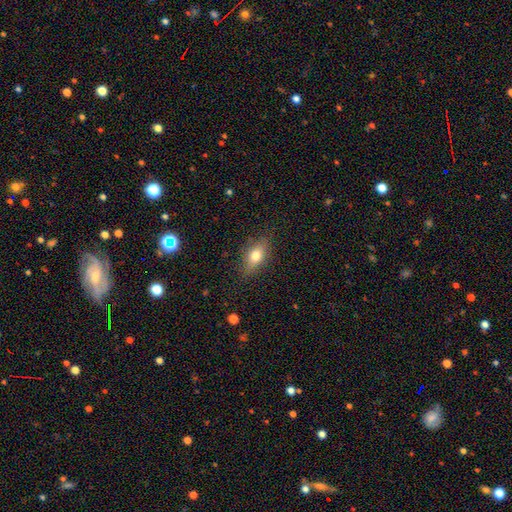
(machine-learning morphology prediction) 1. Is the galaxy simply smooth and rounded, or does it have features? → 70% smooth, 22% featured or disk, 9% star or artifact.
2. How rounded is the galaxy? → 78% in between, 13% cigar-shaped, 9% round.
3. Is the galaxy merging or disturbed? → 83% none, 13% minor disturbance, 3% major disturbance, 1% merger.